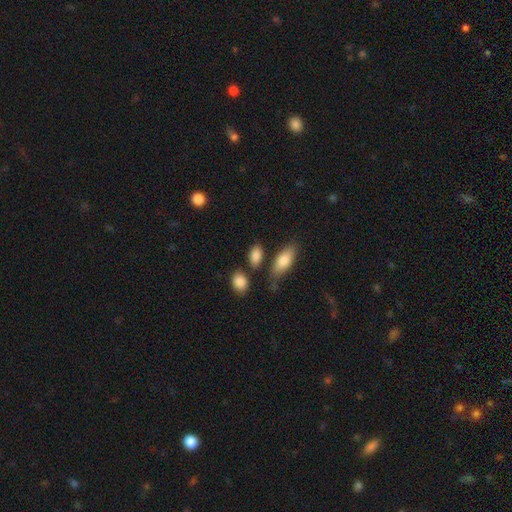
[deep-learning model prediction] A smooth galaxy with no disk features (86%) that is in between round and cigar-shaped (85%). Merging: none (74%).